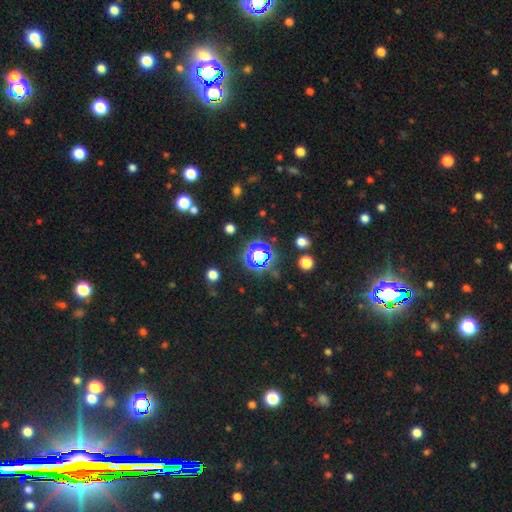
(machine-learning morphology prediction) Smooth or featured: star or artifact — 53% (smooth — 37%)